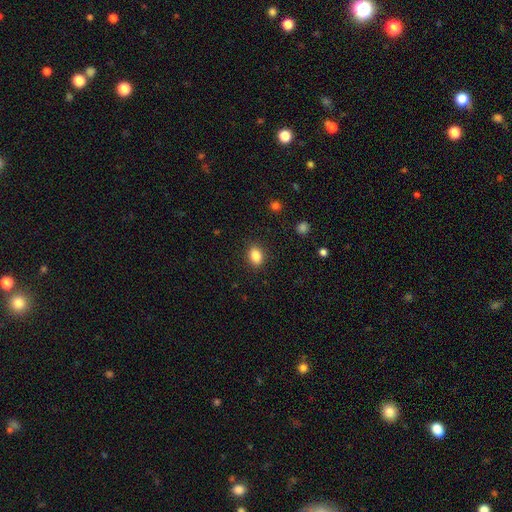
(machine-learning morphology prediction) This is clearly a smooth galaxy (86%). How rounded: likely in between (76%). Merging: clearly none (88%).